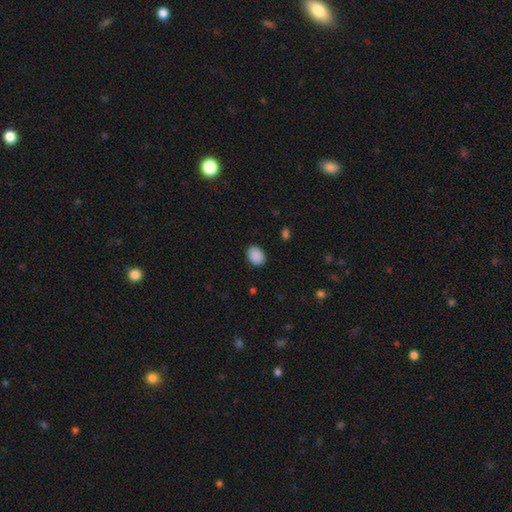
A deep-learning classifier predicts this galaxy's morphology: smooth-or-featured: smooth: 90% | star or artifact: 8% | featured or disk: 3%
  how-rounded: in between: 68% | round: 31% | cigar-shaped: 1%
  merging: none: 87% | minor disturbance: 10% | major disturbance: 2% | merger: 1%